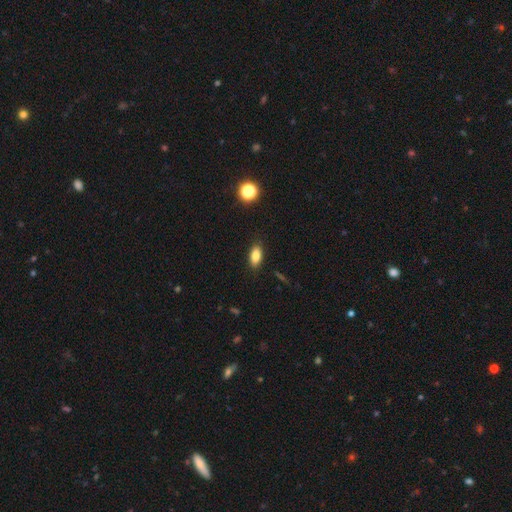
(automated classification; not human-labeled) This appears to be a smooth galaxy with no disk features (83%) that is in between round and cigar-shaped (85%). Merging: none (87%).